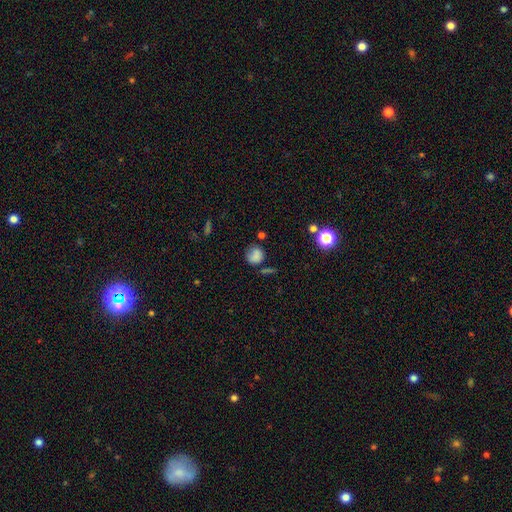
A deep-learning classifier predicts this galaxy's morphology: Smooth or featured? Predicted: smooth (p=0.77). How rounded? Predicted: round (p=0.77). Merging? Predicted: none (p=0.57).